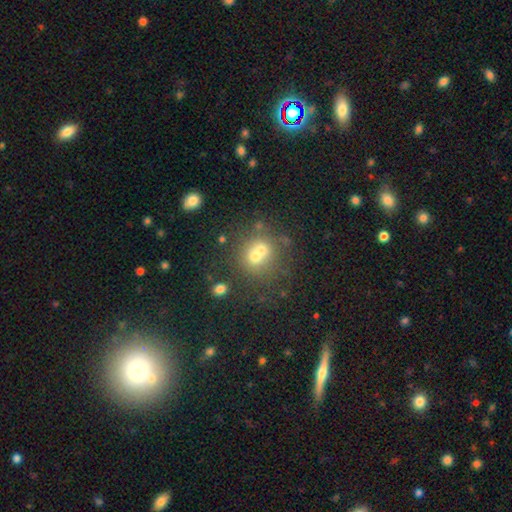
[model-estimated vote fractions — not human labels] Smooth or featured? smooth (56%)
How rounded? round (81%)
Merging? merger (47%)